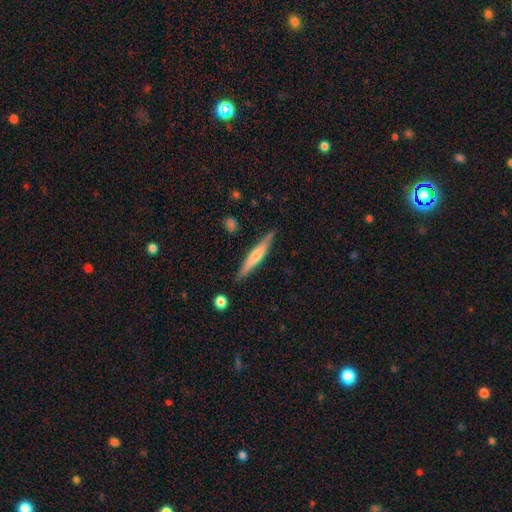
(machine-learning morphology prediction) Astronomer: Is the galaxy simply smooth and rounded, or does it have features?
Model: featured or disk — 51% (runner-up: smooth, 43%).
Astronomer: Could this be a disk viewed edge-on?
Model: yes — 96%.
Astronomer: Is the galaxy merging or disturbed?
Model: none — 88%.